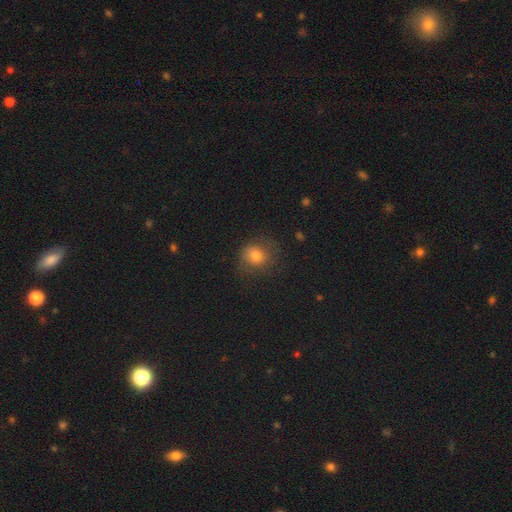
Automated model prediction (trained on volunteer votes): Morphology: type=smooth (73%); roundness=round (75%); merging=none (67%).